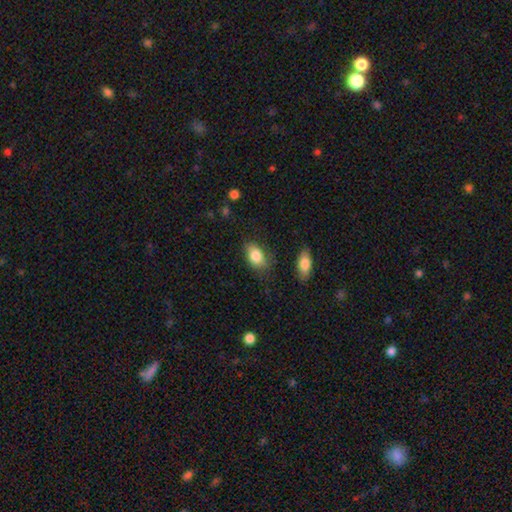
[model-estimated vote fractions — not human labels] smooth-or-featured: smooth: 84% | featured or disk: 9% | star or artifact: 7%
  how-rounded: in between: 84% | round: 14% | cigar-shaped: 2%
  merging: none: 69% | minor disturbance: 22% | major disturbance: 5% | merger: 4%